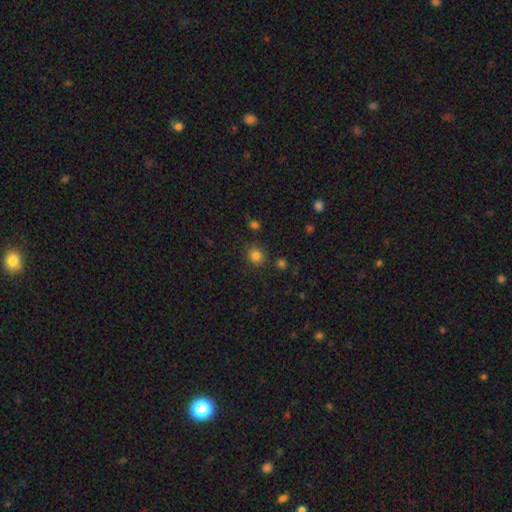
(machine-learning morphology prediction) smooth_or_featured: smooth (p=0.81) [alt: star or artifact p=0.14]
how_rounded: round (p=0.81) [alt: in between p=0.18]
merging: none (p=0.82) [alt: minor disturbance p=0.11]